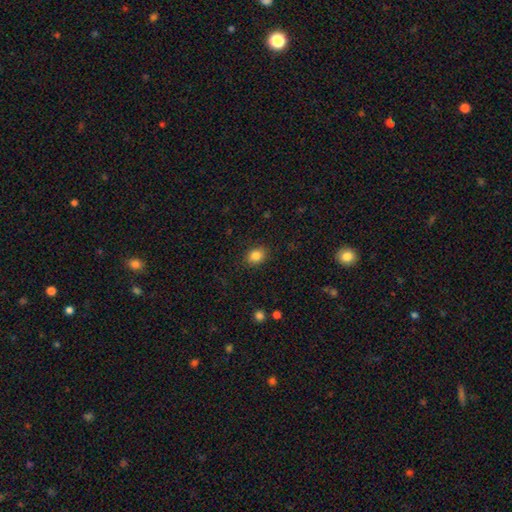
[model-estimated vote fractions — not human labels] smooth_or_featured: smooth (p=0.85) [alt: star or artifact p=0.10]
how_rounded: in between (p=0.52) [alt: round p=0.47]
merging: none (p=0.87) [alt: minor disturbance p=0.09]